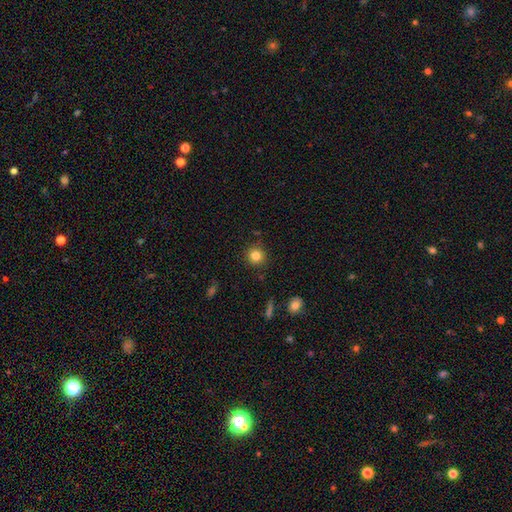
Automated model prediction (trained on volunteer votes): Smooth or featured? smooth (82%)
How rounded? round (93%)
Merging? none (89%)